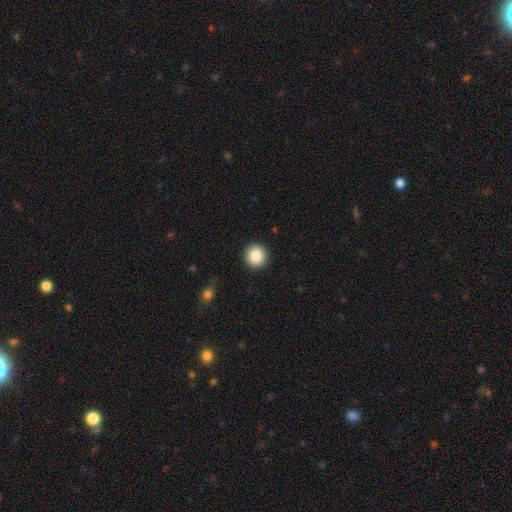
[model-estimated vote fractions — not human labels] This is clearly a smooth galaxy (87%). How rounded: clearly round (95%). Merging: clearly none (92%).